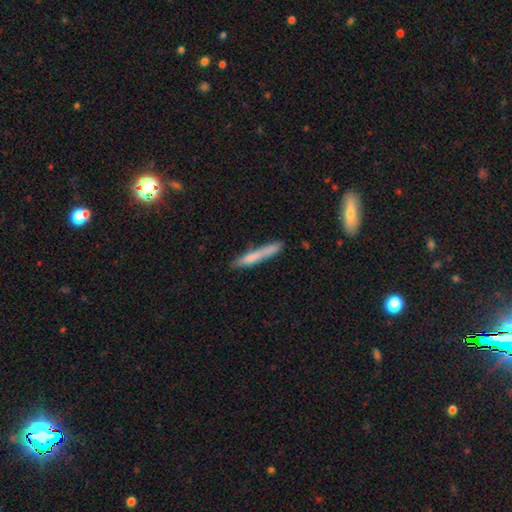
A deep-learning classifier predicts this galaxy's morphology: smooth_or_featured: smooth (p=0.65) [alt: featured or disk p=0.28]
how_rounded: cigar-shaped (p=0.95) [alt: in between p=0.04]
merging: none (p=0.76) [alt: minor disturbance p=0.17]